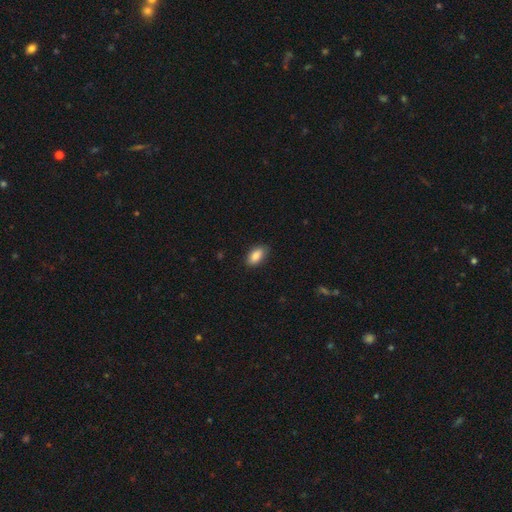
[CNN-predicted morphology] A smooth galaxy with no disk features (88%) that is in between round and cigar-shaped (92%).

Vote fractions:
- Smooth or featured? smooth: 88% / star or artifact: 7% / featured or disk: 5%
- How rounded? in between: 92% / round: 4% / cigar-shaped: 4%
- Merging? none: 85% / minor disturbance: 12% / major disturbance: 2% / merger: 1%